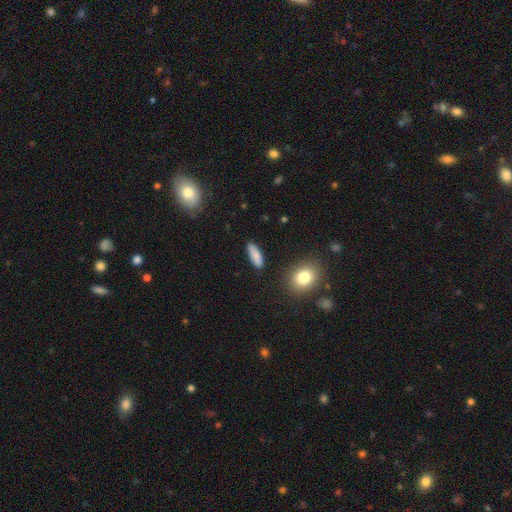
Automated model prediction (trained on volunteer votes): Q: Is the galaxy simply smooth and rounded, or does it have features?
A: smooth — 85%.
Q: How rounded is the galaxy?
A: in between — 52%.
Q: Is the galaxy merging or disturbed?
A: none — 86%.